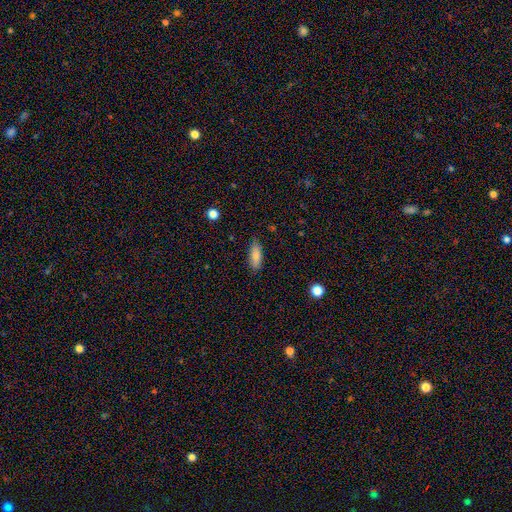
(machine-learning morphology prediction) Smooth or featured: smooth — 84% (featured or disk — 8%)
How rounded: in between — 72% (cigar-shaped — 26%)
Merging: none — 81% (minor disturbance — 15%)